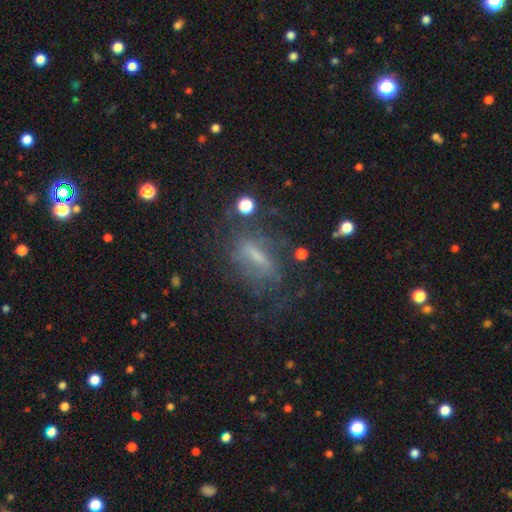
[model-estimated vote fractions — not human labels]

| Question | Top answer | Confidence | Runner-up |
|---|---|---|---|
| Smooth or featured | featured or disk | 55% | smooth (30%) |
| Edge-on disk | no | 79% | yes (21%) |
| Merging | none | 53% | major disturbance (22%) |